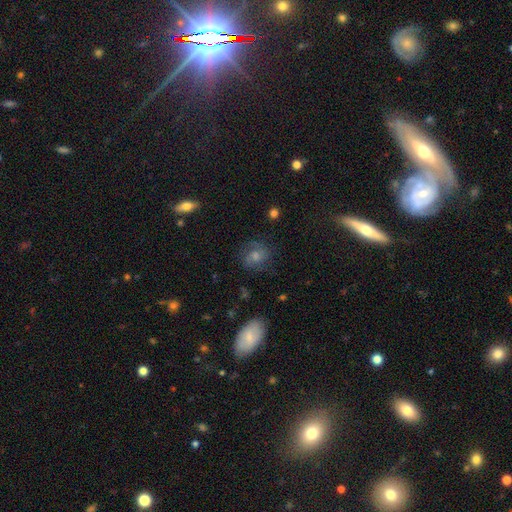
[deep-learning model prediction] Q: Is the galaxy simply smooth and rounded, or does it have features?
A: featured or disk — 51%.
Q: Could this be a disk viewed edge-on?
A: no — 95%.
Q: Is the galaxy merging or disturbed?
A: none — 78%.